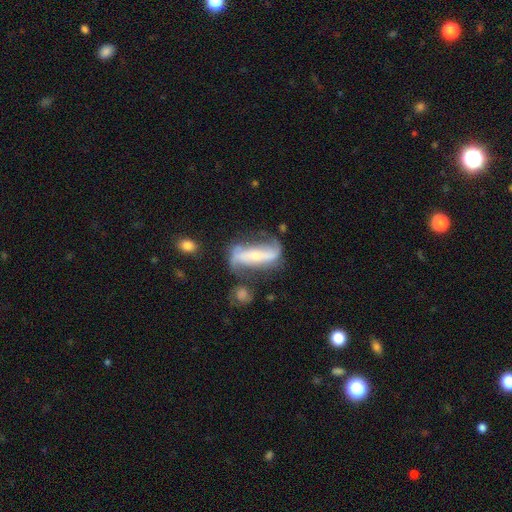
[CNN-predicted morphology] Smooth or featured: featured or disk — 80% (smooth — 15%)
Edge-on disk: no — 84% (yes — 16%)
Bar: strong — 59% (no — 23%)
Spiral arms: yes — 89% (no — 11%)
Spiral winding: loose — 60% (medium — 26%)
Spiral arm count: 2 — 88% (can't tell — 6%)
Bulge size: small — 61% (moderate — 32%)
Merging: none — 58% (minor disturbance — 21%)